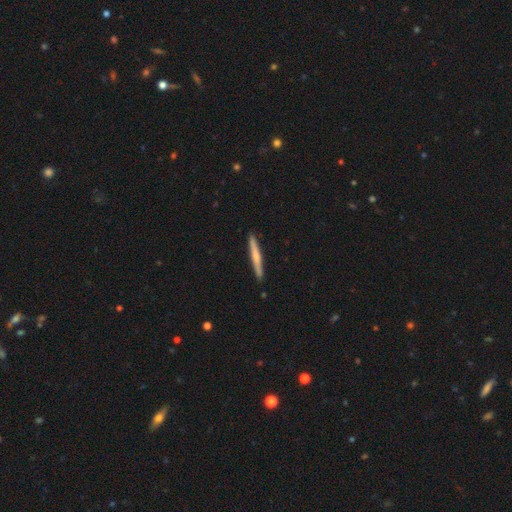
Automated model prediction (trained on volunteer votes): A smooth galaxy with no disk features (56%) that is cigar-shaped (96%).

Vote fractions:
- Smooth or featured? smooth: 56% / featured or disk: 39% / star or artifact: 5%
- How rounded? cigar-shaped: 96% / in between: 2% / round: 1%
- Merging? none: 91% / minor disturbance: 7% / major disturbance: 1% / merger: 1%